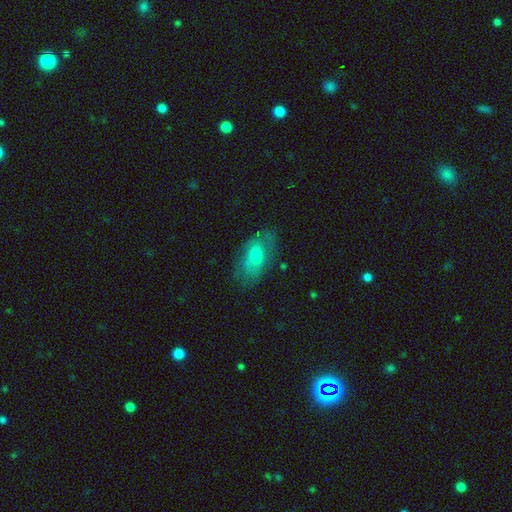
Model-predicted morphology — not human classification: smooth-or-featured: smooth: 59% | featured or disk: 33% | star or artifact: 8%
  how-rounded: in between: 89% | round: 6% | cigar-shaped: 4%
  merging: none: 64% | minor disturbance: 23% | major disturbance: 11% | merger: 2%